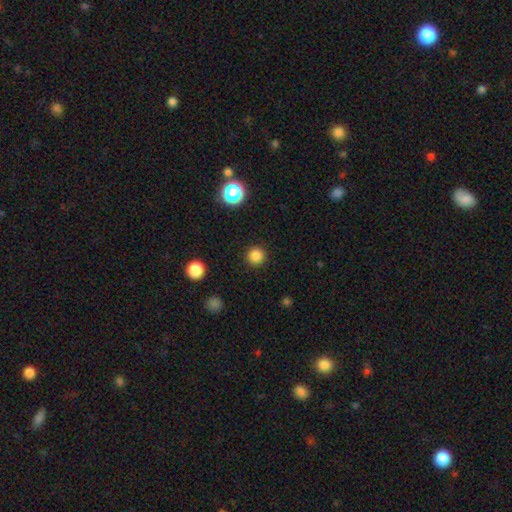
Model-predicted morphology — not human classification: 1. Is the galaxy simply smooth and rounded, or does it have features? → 83% smooth, 13% star or artifact, 4% featured or disk.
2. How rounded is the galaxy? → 96% round, 3% in between, 1% cigar-shaped.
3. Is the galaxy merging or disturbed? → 92% none, 5% minor disturbance, 2% major disturbance, 1% merger.